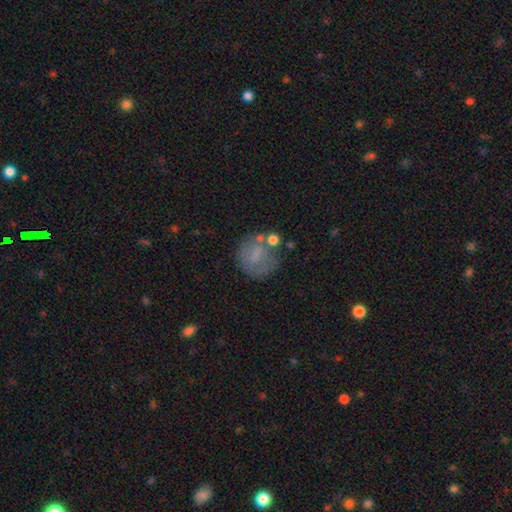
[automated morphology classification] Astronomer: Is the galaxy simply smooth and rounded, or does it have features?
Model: smooth — 60%.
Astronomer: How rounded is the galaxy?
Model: round — 78%.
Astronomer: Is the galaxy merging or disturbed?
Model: none — 54%.